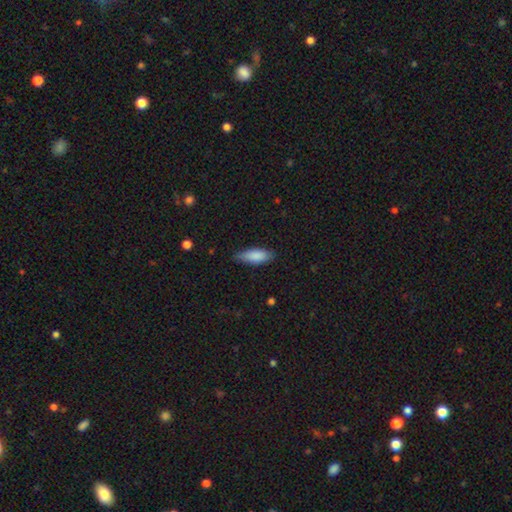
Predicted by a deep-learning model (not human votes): Morphology: type=smooth (85%); roundness=in between (70%); merging=none (73%).